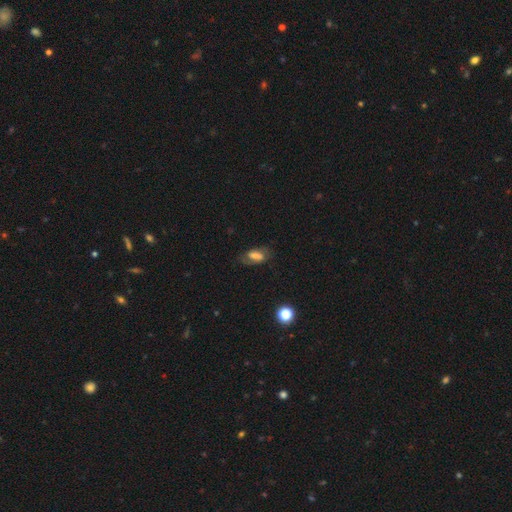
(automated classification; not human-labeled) Smooth or featured? Predicted: smooth (p=0.56). How rounded? Predicted: in between (p=0.81). Merging? Predicted: none (p=0.66).